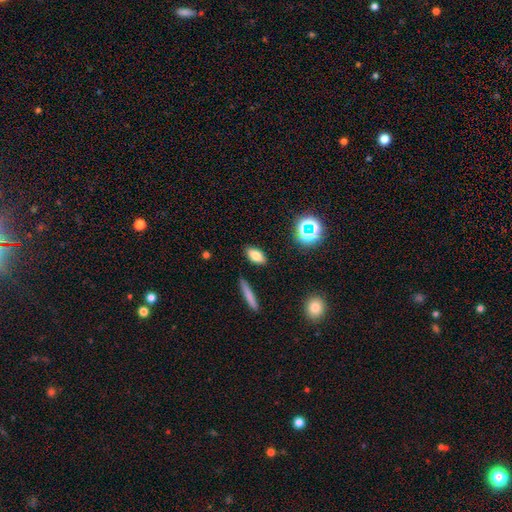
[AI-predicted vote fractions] smooth-or-featured: smooth: 77% | star or artifact: 12% | featured or disk: 11%
  how-rounded: in between: 82% | cigar-shaped: 12% | round: 6%
  merging: none: 86% | minor disturbance: 9% | major disturbance: 3% | merger: 2%